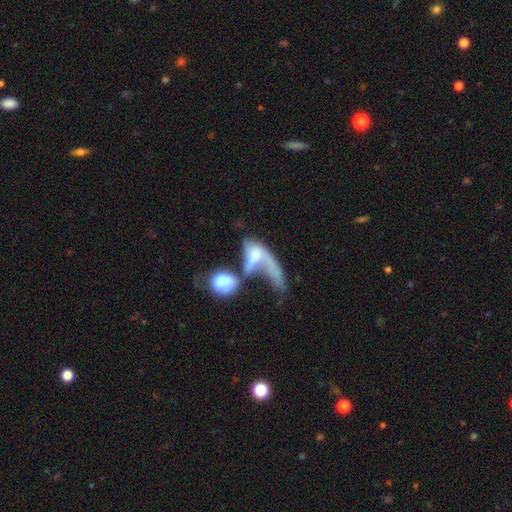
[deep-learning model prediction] Smooth or featured? featured or disk (48%)
Merging? merger (59%)